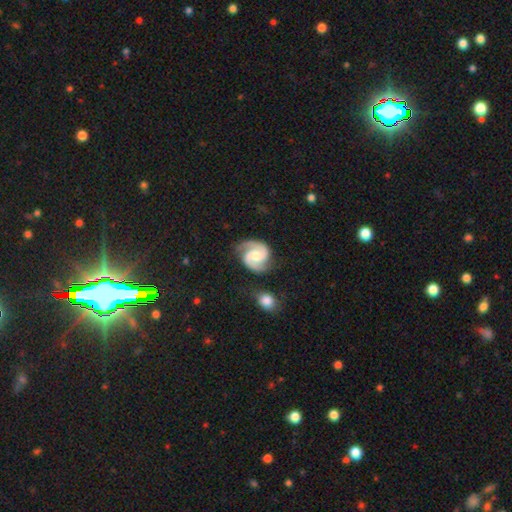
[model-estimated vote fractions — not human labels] featured or disk 90%, smooth 6%, star or artifact 4%. Down the decision tree: edge-on disk — no (98%); bar — no (48%); spiral arms — yes (98%); spiral arm count — 2 (93%); spiral winding — medium (54%); bulge size — moderate (61%); merging — none (78%).